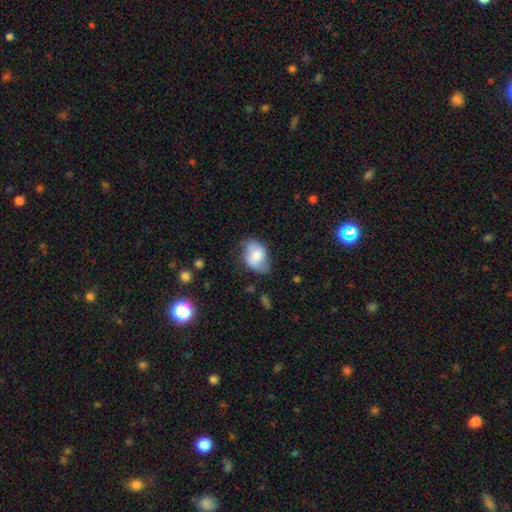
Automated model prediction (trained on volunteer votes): smooth 71%, featured or disk 22%, star or artifact 7%. Down the decision tree: how rounded — in between (78%); merging — none (55%).